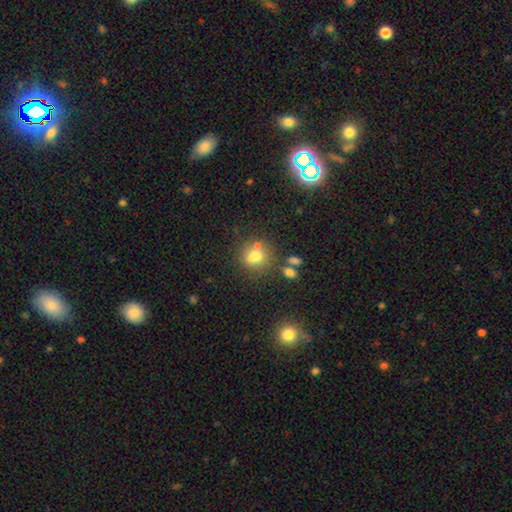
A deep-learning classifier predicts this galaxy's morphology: This is likely a smooth galaxy (69%). How rounded: likely round (74%). Merging: possibly none (53%).